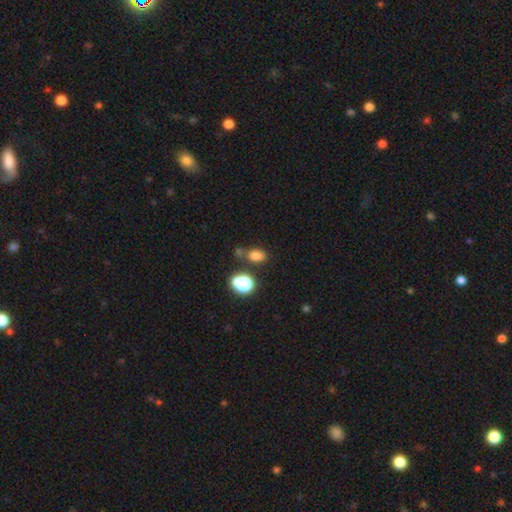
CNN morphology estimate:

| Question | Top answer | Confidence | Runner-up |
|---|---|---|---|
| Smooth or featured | smooth | 77% | star or artifact (17%) |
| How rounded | in between | 74% | round (24%) |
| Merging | none | 69% | merger (14%) |